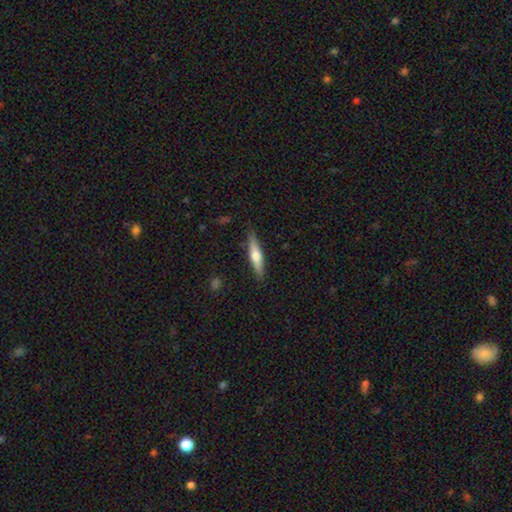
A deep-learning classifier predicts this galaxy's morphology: Q: Smooth or featured?
A: featured or disk (49%); runner-up: smooth (45%)
Q: Merging?
A: none (86%); runner-up: minor disturbance (10%)